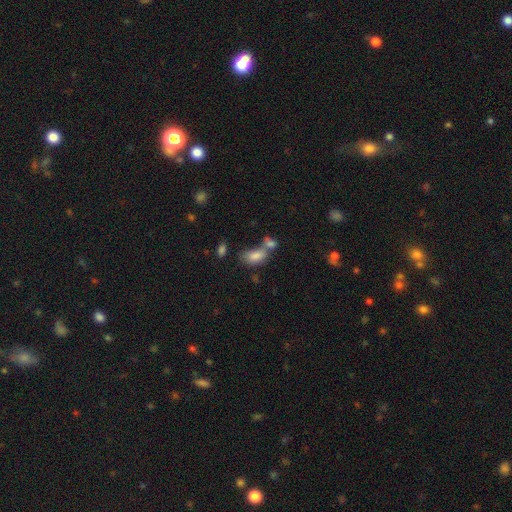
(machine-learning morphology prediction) smooth-or-featured: smooth: 80% | featured or disk: 10% | star or artifact: 10%
  how-rounded: in between: 90% | round: 6% | cigar-shaped: 3%
  merging: merger: 44% | none: 36% | minor disturbance: 13% | major disturbance: 7%